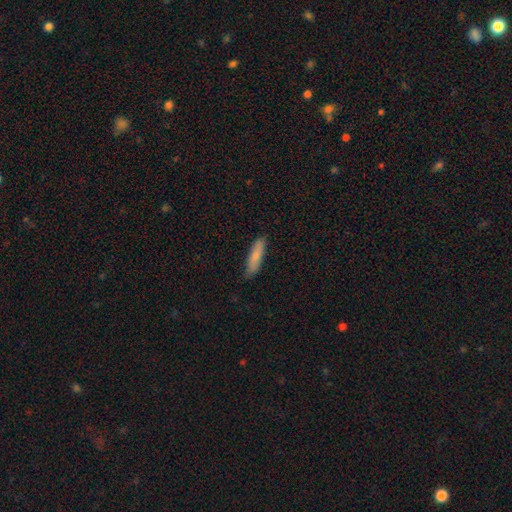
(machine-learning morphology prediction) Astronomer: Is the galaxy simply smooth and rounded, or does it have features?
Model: smooth — 79%.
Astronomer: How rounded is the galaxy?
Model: cigar-shaped — 74%.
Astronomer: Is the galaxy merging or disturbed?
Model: none — 84%.